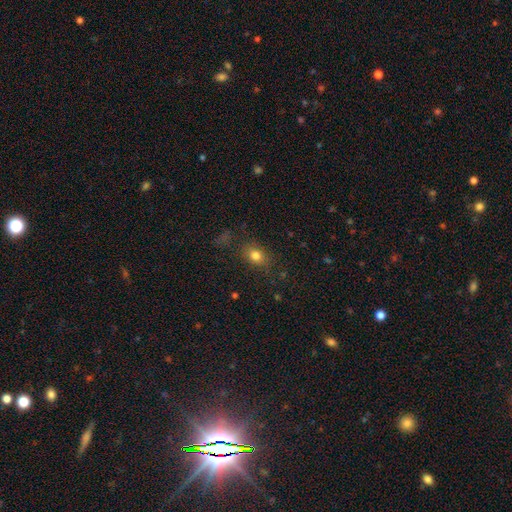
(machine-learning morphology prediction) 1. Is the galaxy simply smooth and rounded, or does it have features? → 78% smooth, 13% star or artifact, 9% featured or disk.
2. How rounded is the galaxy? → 59% in between, 38% round, 2% cigar-shaped.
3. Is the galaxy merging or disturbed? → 78% none, 14% minor disturbance, 6% major disturbance, 2% merger.